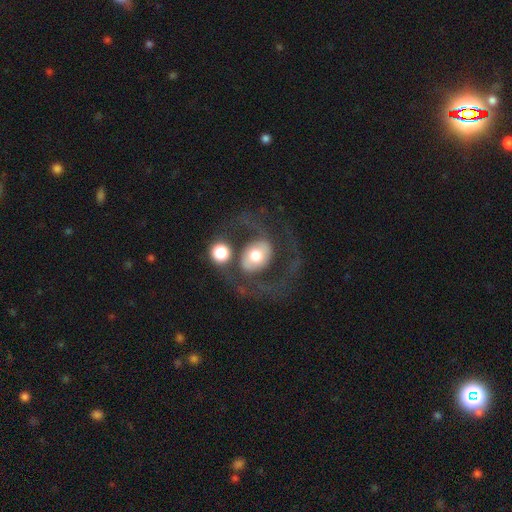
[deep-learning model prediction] Overall: featured or disk (60%; smooth 32%). Edge-on disk: no (95%). Bar: no (65%). Spiral arms: yes (66%; no 34%). Bulge size: moderate (52%; large 32%). Merging: none (49%; major disturbance 23%).